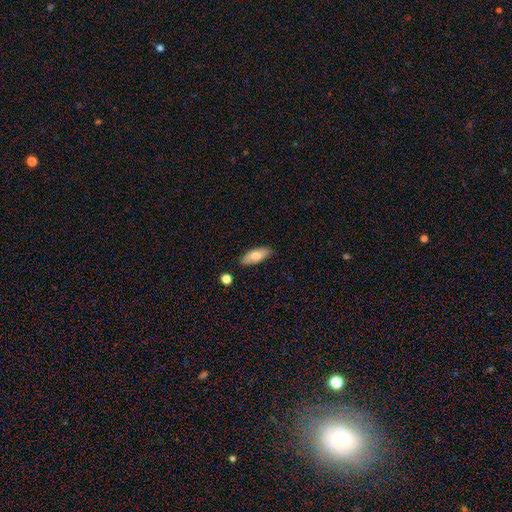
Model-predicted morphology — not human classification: Smooth or featured?
  - smooth: 73% *
  - featured or disk: 21%
  - star or artifact: 6%
How rounded?
  - in between: 74% *
  - cigar-shaped: 23%
  - round: 3%
Merging?
  - none: 86% *
  - minor disturbance: 10%
  - merger: 2%
  - major disturbance: 2%